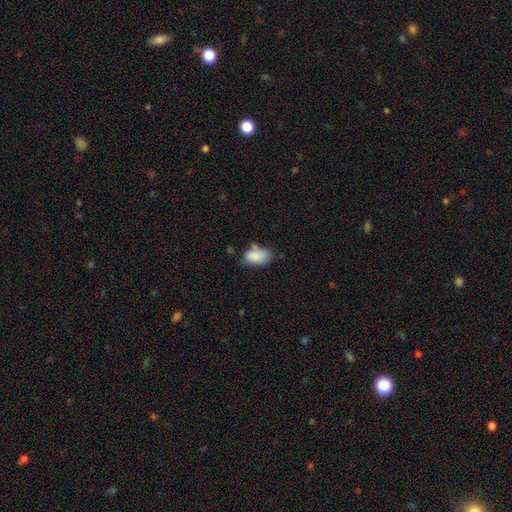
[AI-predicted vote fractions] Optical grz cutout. It shows a smooth galaxy with no disk features (86%) that is in between round and cigar-shaped (90%). Merging: none (55%).